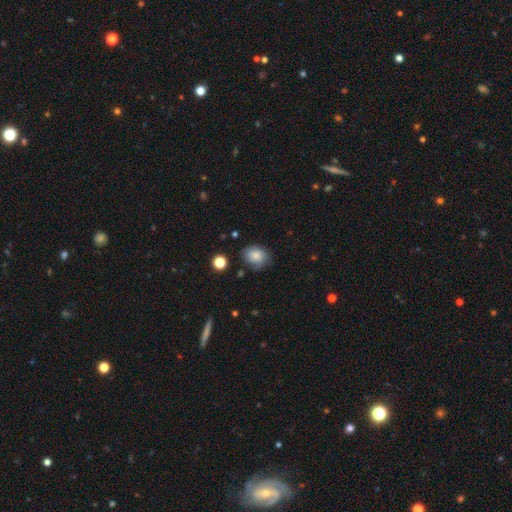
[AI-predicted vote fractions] This is likely a smooth galaxy (78%). How rounded: possibly in between (52%). Merging: likely none (66%).